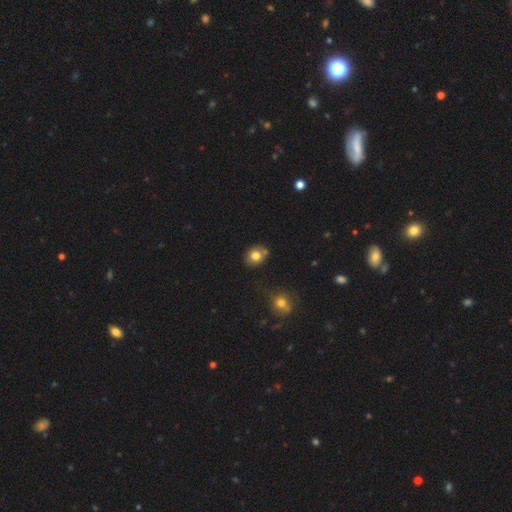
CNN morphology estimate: Smooth or featured? smooth (78%)
How rounded? round (62%)
Merging? none (73%)